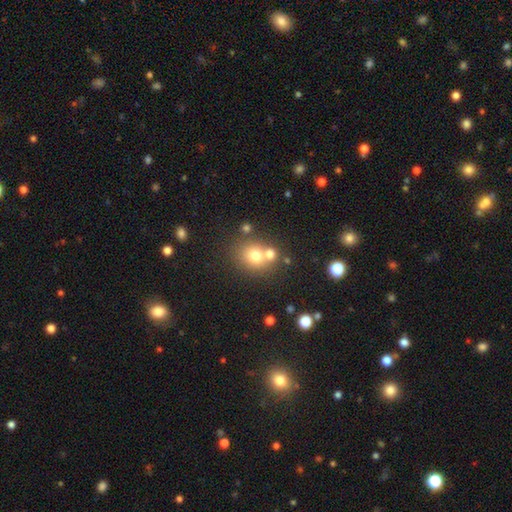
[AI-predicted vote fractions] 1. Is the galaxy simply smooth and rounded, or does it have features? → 72% smooth, 14% featured or disk, 14% star or artifact.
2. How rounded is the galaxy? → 75% round, 25% in between, 1% cigar-shaped.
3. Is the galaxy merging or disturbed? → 51% none, 37% merger, 9% minor disturbance, 4% major disturbance.